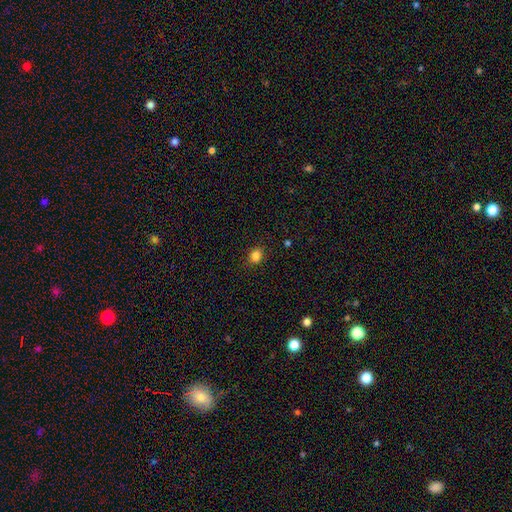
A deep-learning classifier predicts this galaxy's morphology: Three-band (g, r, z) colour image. It shows a smooth galaxy with no disk features (84%) that is round (65%). Merging: none (88%).